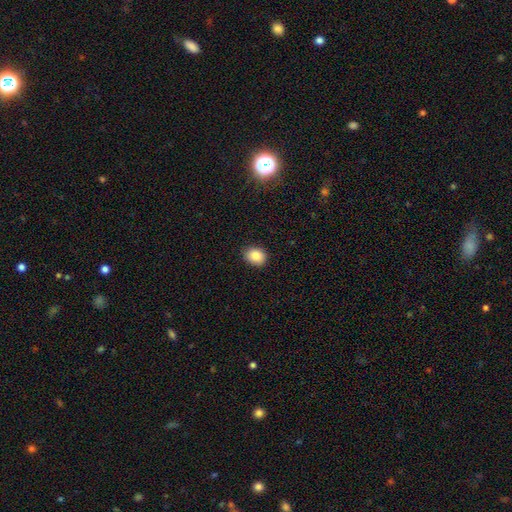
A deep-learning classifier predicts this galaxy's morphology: Overall: smooth (86%). How rounded: in between (51%; round 48%). Merging: none (88%).